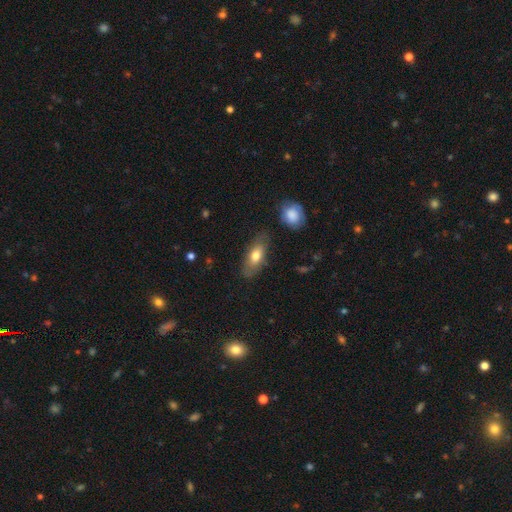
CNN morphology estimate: The model was most divided on "smooth or featured": smooth: 70%, featured or disk: 24%, star or artifact: 7%. More confident: merging — none (78%); how rounded — in between (76%).